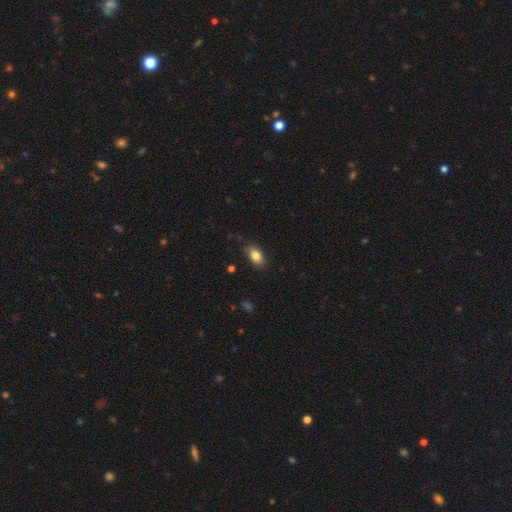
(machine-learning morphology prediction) Overall: smooth (84%). How rounded: in between (88%). Merging: none (82%).